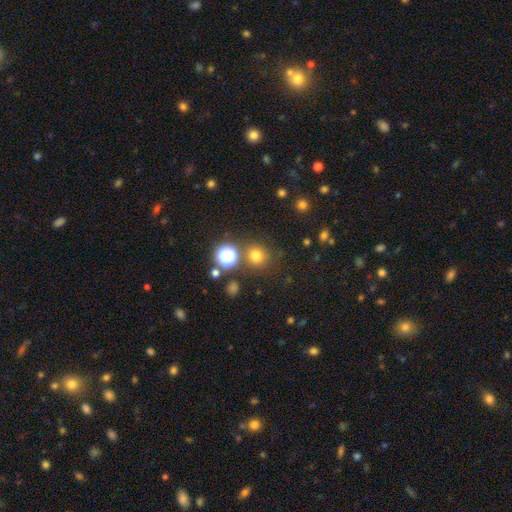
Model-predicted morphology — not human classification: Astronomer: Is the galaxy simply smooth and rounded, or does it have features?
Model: smooth — 73%.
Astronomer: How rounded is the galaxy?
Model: round — 91%.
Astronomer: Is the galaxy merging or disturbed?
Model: none — 81%.